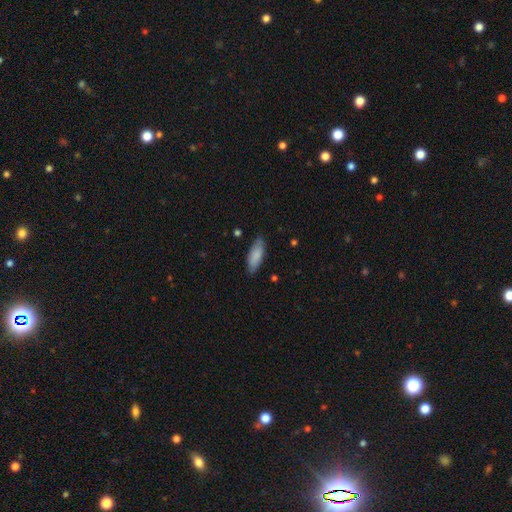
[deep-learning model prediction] Morphology: type=smooth (85%); roundness=in between (73%); merging=none (82%).